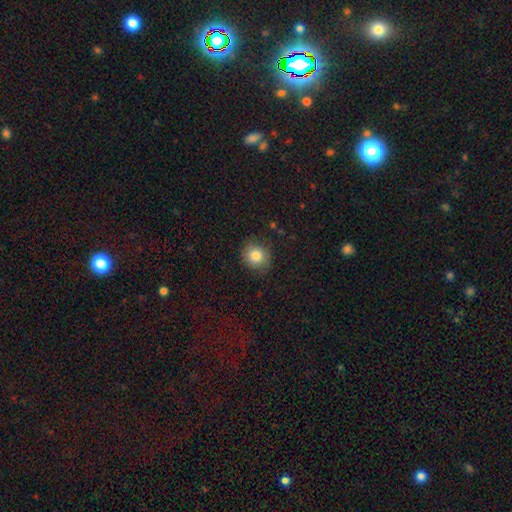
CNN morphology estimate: This is clearly a smooth galaxy (82%). How rounded: clearly round (84%). Merging: clearly none (83%).